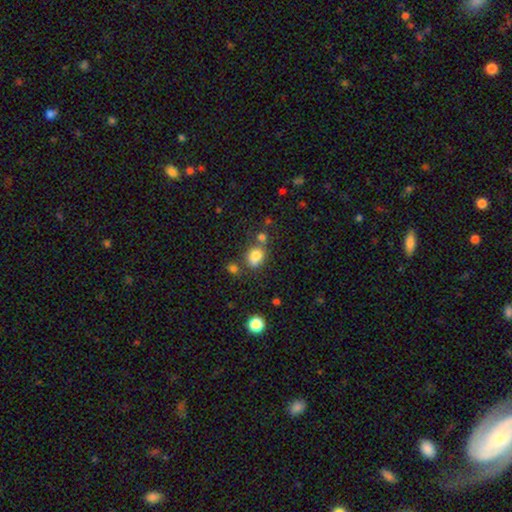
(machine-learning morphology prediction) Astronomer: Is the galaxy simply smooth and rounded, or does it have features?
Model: smooth — 80%.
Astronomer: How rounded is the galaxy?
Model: in between — 57% (runner-up: round, 42%).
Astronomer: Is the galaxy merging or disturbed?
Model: none — 55%.